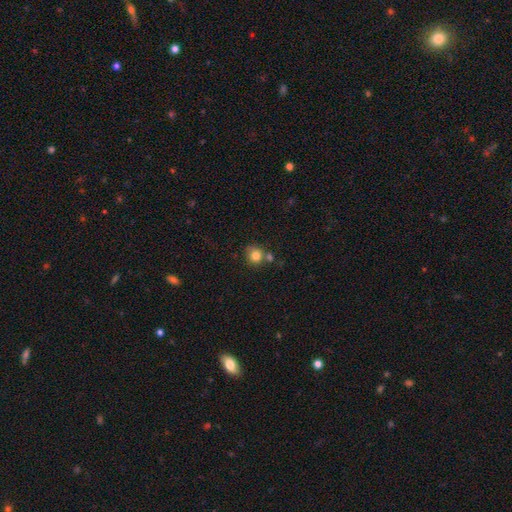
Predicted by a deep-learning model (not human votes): A smooth galaxy with no disk features (80%) that is round (85%).

Vote fractions:
- Smooth or featured? smooth: 80% / star or artifact: 11% / featured or disk: 9%
- How rounded? round: 85% / in between: 14% / cigar-shaped: 1%
- Merging? none: 60% / merger: 22% / minor disturbance: 13% / major disturbance: 4%